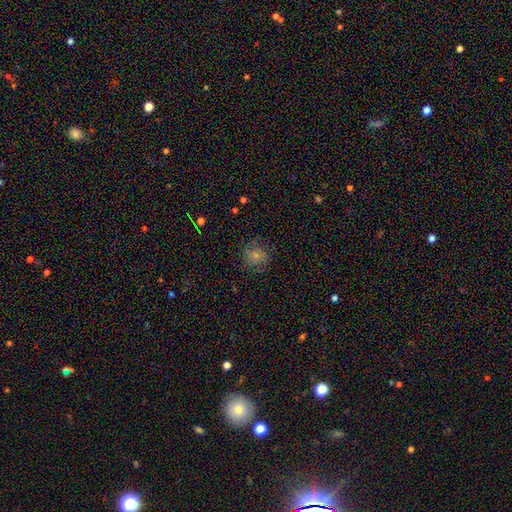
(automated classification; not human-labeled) Smooth or featured? Predicted: smooth (p=0.54). How rounded? Predicted: round (p=0.81). Merging? Predicted: none (p=0.66).